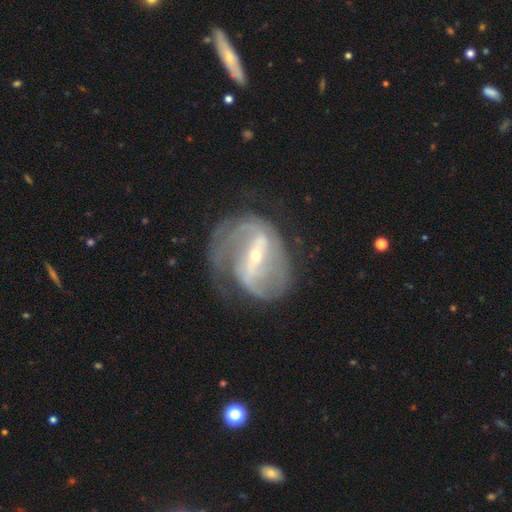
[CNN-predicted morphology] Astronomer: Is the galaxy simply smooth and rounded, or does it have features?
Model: featured or disk — 87%.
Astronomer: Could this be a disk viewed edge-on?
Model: no — 96%.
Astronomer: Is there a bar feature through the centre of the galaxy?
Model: strong — 57%.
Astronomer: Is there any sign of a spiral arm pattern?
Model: yes — 91%.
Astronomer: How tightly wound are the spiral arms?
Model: medium — 46% (runner-up: tight, 28%).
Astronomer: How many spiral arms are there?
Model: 2 — 69%.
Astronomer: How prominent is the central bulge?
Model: small — 72%.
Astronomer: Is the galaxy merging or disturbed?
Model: none — 53%.